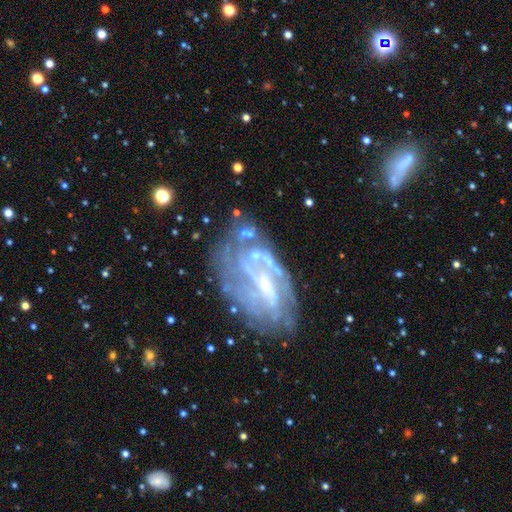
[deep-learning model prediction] Morphology: type=featured or disk (72%); edge-on=no (94%); bar=no (56%); spiral arms=yes (61%); bulge=small (40%); merging=none (50%).